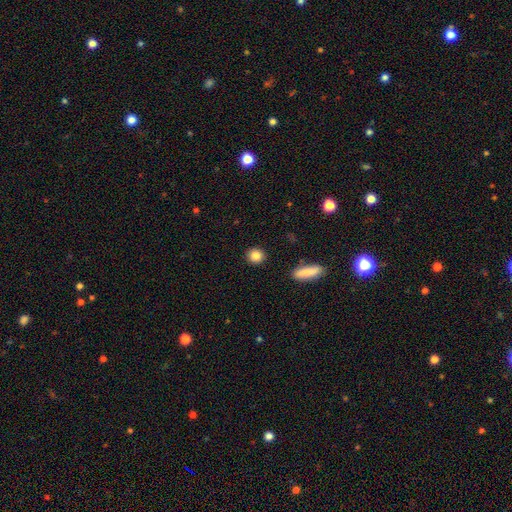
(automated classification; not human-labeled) Morphology: type=smooth (85%); roundness=round (85%); merging=none (91%).